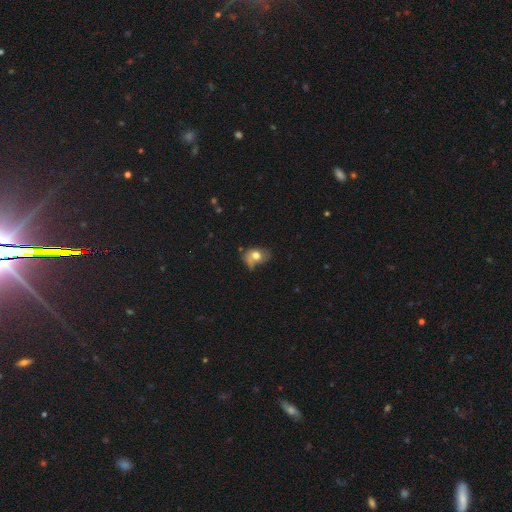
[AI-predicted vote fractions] smooth-or-featured: smooth: 64% | featured or disk: 26% | star or artifact: 10%
  how-rounded: in between: 70% | round: 29% | cigar-shaped: 1%
  merging: none: 34% | minor disturbance: 32% | major disturbance: 23% | merger: 11%